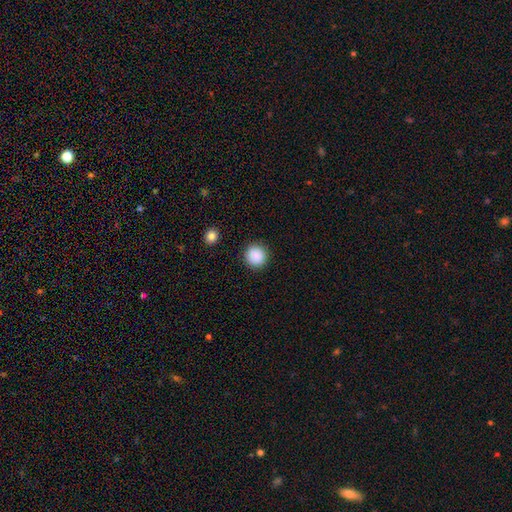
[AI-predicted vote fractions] This appears to be a smooth galaxy with no disk features (89%) that is round (93%). Merging: none (91%).